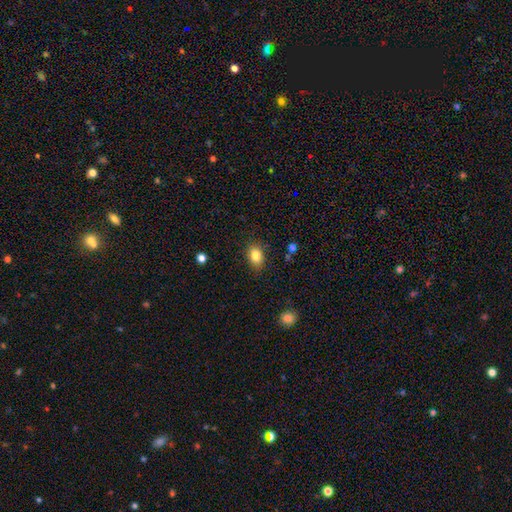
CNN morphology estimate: Smooth or featured: smooth — 84% (star or artifact — 9%)
How rounded: in between — 72% (round — 27%)
Merging: none — 85% (minor disturbance — 11%)